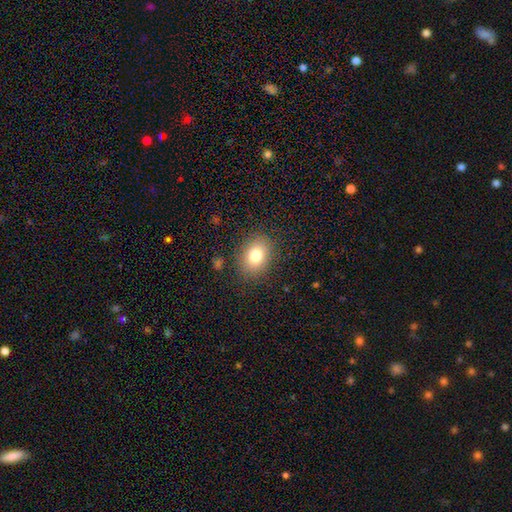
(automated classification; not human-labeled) A smooth galaxy with no disk features (79%) that is in between round and cigar-shaped (65%). Merging: none (85%).